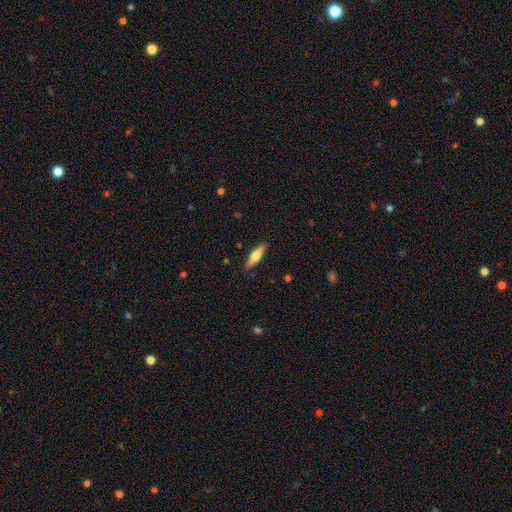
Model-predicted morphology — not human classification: type=smooth (51%); roundness=cigar-shaped (64%); merging=none (89%).